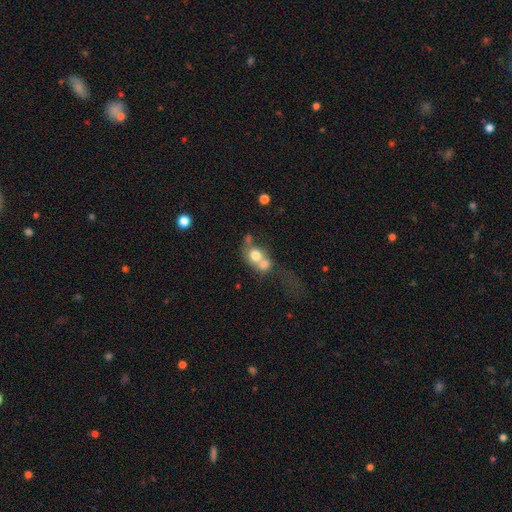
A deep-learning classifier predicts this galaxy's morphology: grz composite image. It shows a smooth galaxy with no disk features (67%) that is round (61%). Merging: merger (68%).